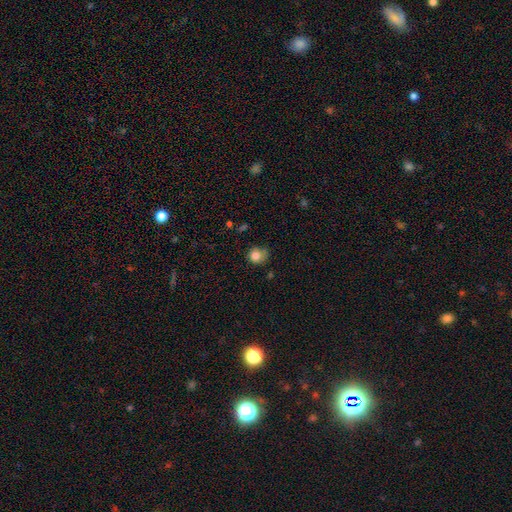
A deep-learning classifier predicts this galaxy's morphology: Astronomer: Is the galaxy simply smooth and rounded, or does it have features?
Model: smooth — 82%.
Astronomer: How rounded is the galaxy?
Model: round — 82%.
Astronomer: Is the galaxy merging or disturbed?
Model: none — 57%.